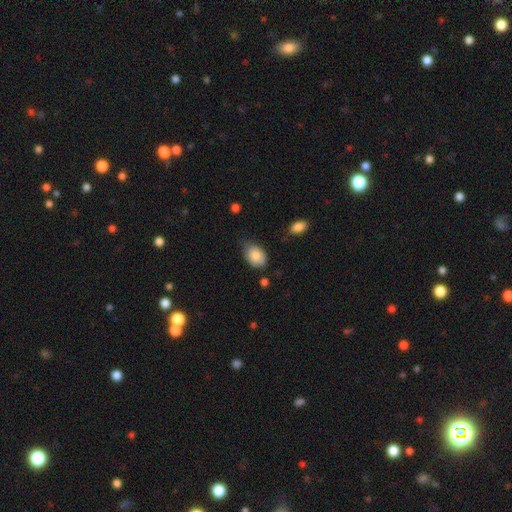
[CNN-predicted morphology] Smooth or featured?
  - smooth: 83% *
  - featured or disk: 10%
  - star or artifact: 8%
How rounded?
  - in between: 80% *
  - round: 19%
  - cigar-shaped: 1%
Merging?
  - none: 58% *
  - minor disturbance: 34%
  - major disturbance: 6%
  - merger: 2%